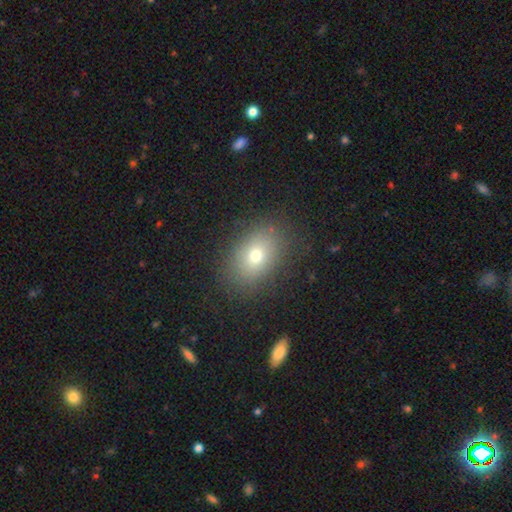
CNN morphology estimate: A smooth galaxy with no disk features (72%) that is in between round and cigar-shaped (73%). Merging: none (84%).